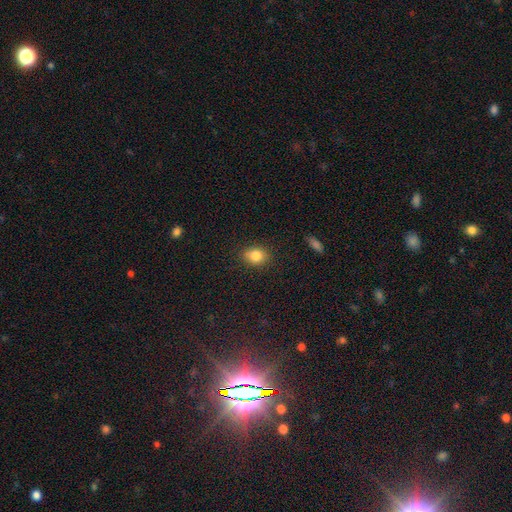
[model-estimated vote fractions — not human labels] This is clearly a smooth galaxy (84%). How rounded: possibly in between (50%). Merging: clearly none (85%).